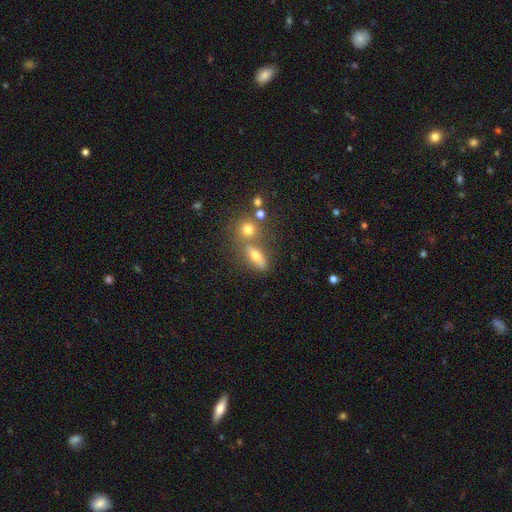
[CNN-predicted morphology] The model was most divided on "how rounded": in between: 53%, cigar-shaped: 31%, round: 17%. More confident: smooth or featured — smooth (59%); merging — none (57%).